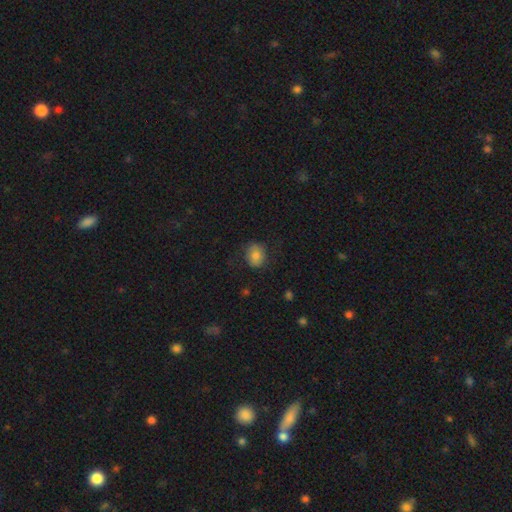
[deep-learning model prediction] A smooth galaxy with no disk features (79%) that is round (55%). Merging: none (76%).